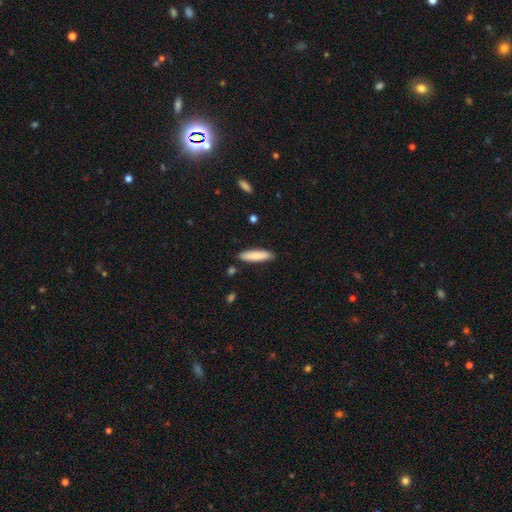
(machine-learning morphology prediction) A smooth galaxy with no disk features (84%) that is cigar-shaped (74%).

Vote fractions:
- Smooth or featured? smooth: 84% / featured or disk: 11% / star or artifact: 5%
- How rounded? cigar-shaped: 74% / in between: 25% / round: 1%
- Merging? none: 88% / minor disturbance: 9% / major disturbance: 2% / merger: 2%